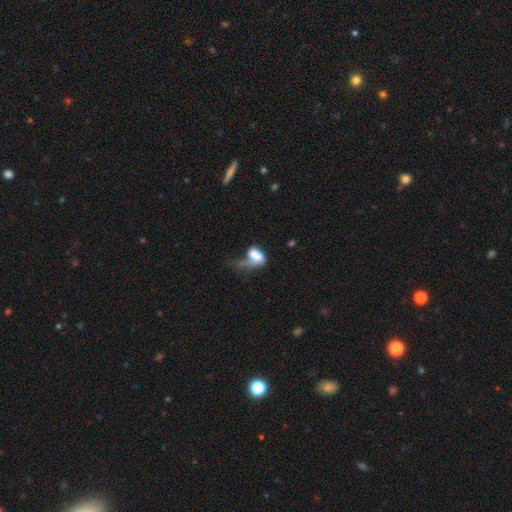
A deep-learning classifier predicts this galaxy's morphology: The model was most divided on "merging": major disturbance: 38%, merger: 34%, none: 15%, minor disturbance: 13%. More confident: how rounded — in between (79%); smooth or featured — smooth (65%).